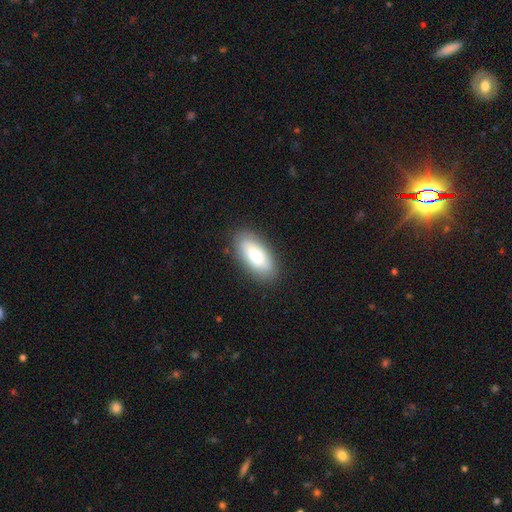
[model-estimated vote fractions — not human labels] This is likely a smooth galaxy (76%). How rounded: clearly in between (89%). Merging: clearly none (84%).